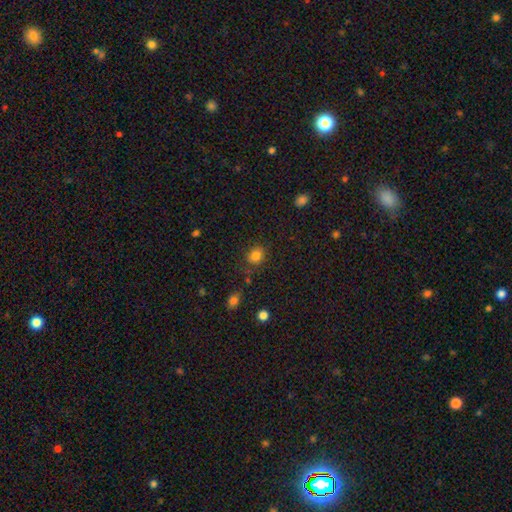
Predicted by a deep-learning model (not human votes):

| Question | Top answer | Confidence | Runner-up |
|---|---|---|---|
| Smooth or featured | smooth | 81% | star or artifact (13%) |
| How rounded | round | 67% | in between (32%) |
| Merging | none | 77% | minor disturbance (14%) |